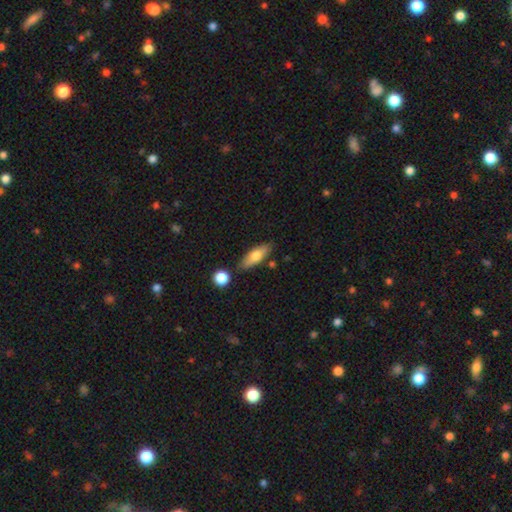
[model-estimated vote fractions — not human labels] Smooth or featured: smooth — 69% (featured or disk — 25%)
How rounded: in between — 65% (cigar-shaped — 32%)
Merging: none — 78% (minor disturbance — 13%)